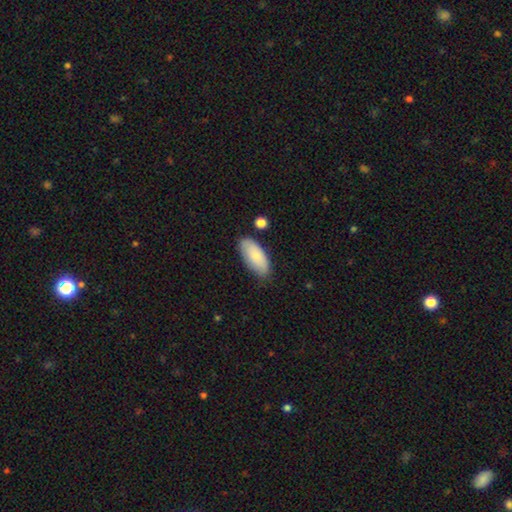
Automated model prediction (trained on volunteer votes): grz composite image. It shows a smooth galaxy with no disk features (81%) that is in between round and cigar-shaped (91%). Merging: none (75%).